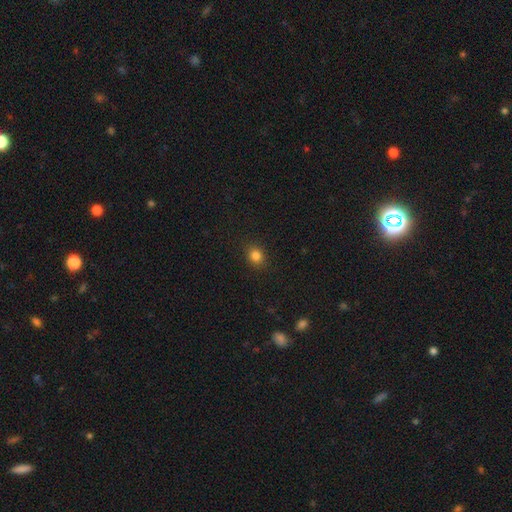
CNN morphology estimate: A smooth galaxy with no disk features (83%) that is round (70%). Merging: none (89%).